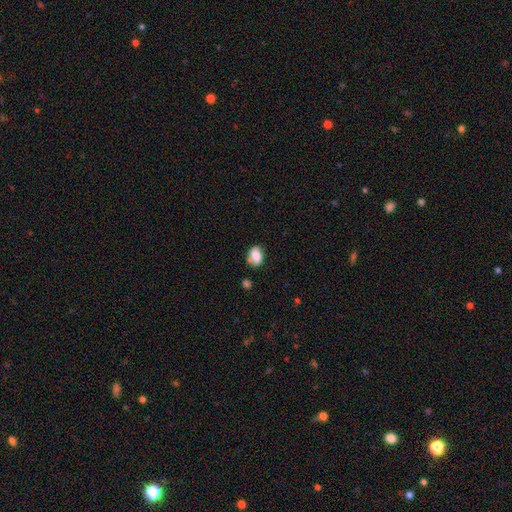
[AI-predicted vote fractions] Smooth or featured? smooth (80%)
How rounded? in between (78%)
Merging? none (55%)